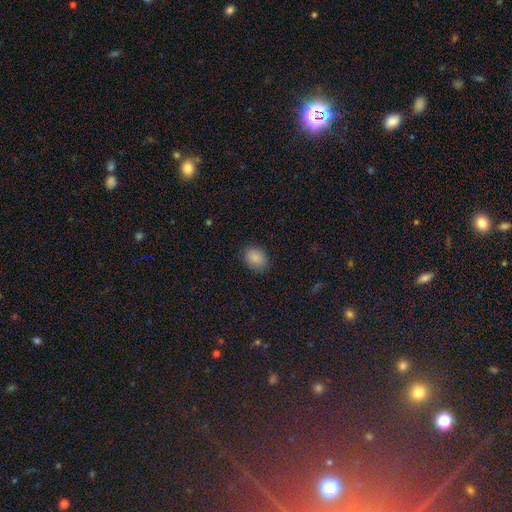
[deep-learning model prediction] This appears to be a smooth galaxy with no disk features (84%) that is in between round and cigar-shaped (69%). Merging: none (87%).